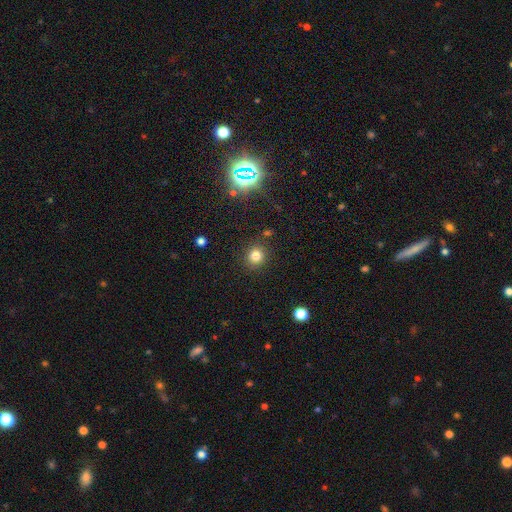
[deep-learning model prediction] This appears to be a smooth galaxy with no disk features (79%) that is round (85%). Merging: none (87%).